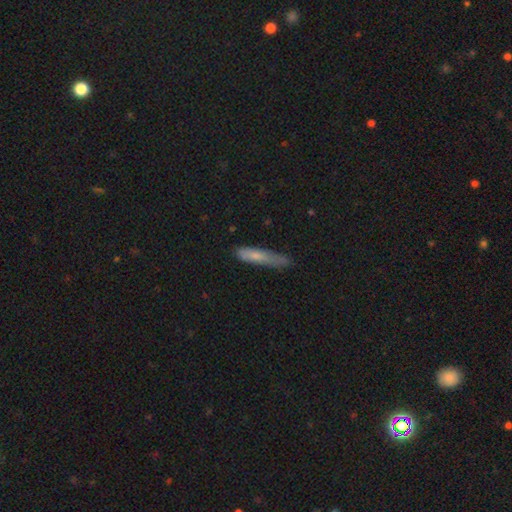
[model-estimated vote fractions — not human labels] Q: Smooth or featured?
A: smooth (71%); runner-up: featured or disk (22%)
Q: How rounded?
A: cigar-shaped (86%); runner-up: in between (13%)
Q: Merging?
A: none (54%); runner-up: minor disturbance (33%)